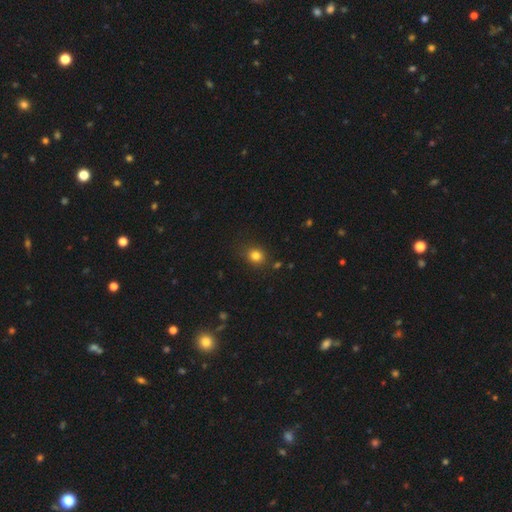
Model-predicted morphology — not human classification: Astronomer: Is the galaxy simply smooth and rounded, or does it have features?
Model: smooth — 81%.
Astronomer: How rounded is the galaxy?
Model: round — 74%.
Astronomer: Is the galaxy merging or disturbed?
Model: none — 83%.